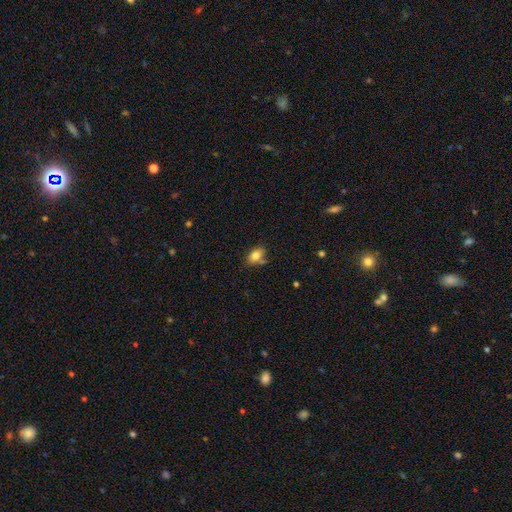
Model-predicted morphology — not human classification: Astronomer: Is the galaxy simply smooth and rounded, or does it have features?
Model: smooth — 81%.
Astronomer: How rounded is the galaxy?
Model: in between — 83%.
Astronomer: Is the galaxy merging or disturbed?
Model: none — 65%.